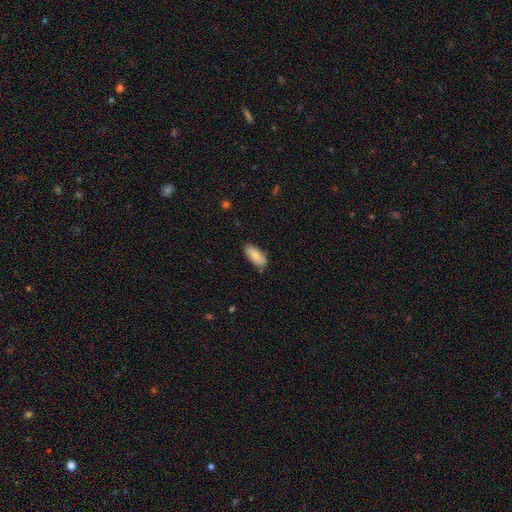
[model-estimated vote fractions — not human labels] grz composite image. It shows a smooth galaxy with no disk features (82%) that is in between round and cigar-shaped (87%). Merging: none (80%).